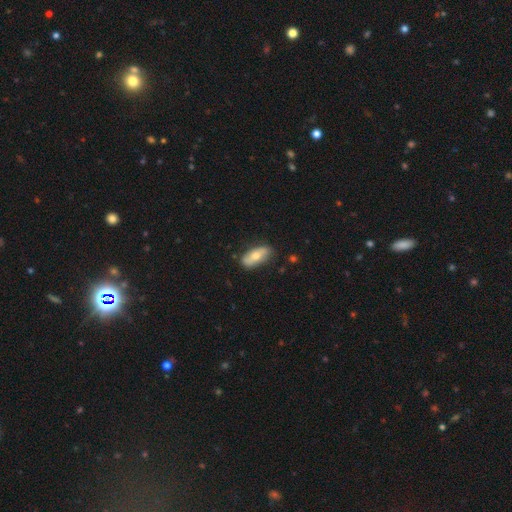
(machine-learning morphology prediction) smooth_or_featured: smooth (p=0.60) [alt: featured or disk p=0.34]
how_rounded: in between (p=0.82) [alt: cigar-shaped p=0.15]
merging: none (p=0.78) [alt: minor disturbance p=0.17]